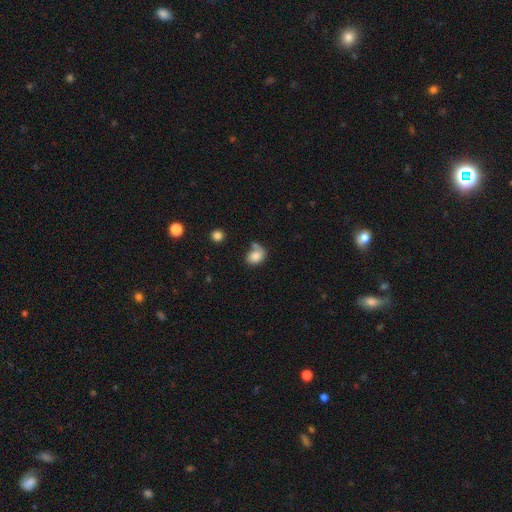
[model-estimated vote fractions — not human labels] Smooth or featured? Predicted: smooth (p=0.79). How rounded? Predicted: in between (p=0.59). Merging? Predicted: none (p=0.40).